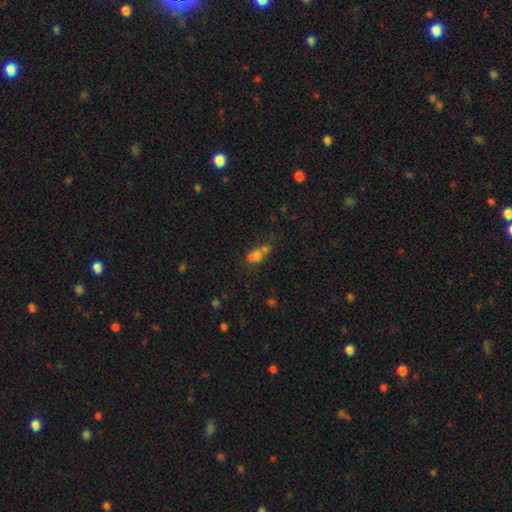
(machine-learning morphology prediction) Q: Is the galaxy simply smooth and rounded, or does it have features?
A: smooth — 62%.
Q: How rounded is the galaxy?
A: round — 49%.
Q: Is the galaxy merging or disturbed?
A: merger — 55%.